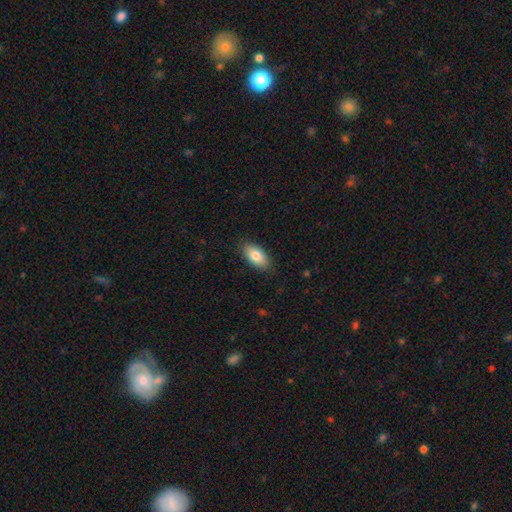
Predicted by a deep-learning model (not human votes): Overall: smooth (83%). How rounded: in between (93%). Merging: none (87%).